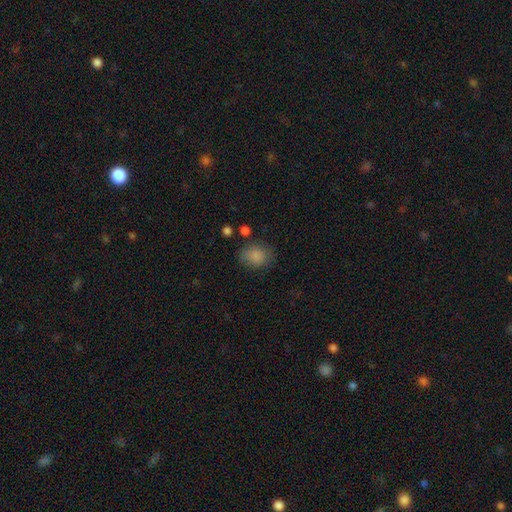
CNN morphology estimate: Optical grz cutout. It shows a smooth galaxy with no disk features (85%) that is in between round and cigar-shaped (52%). Merging: none (72%).